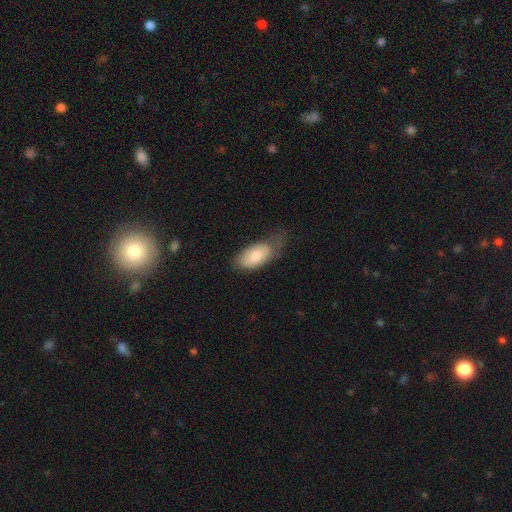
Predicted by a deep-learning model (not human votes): Smooth or featured? smooth (78%)
How rounded? in between (93%)
Merging? minor disturbance (39%)